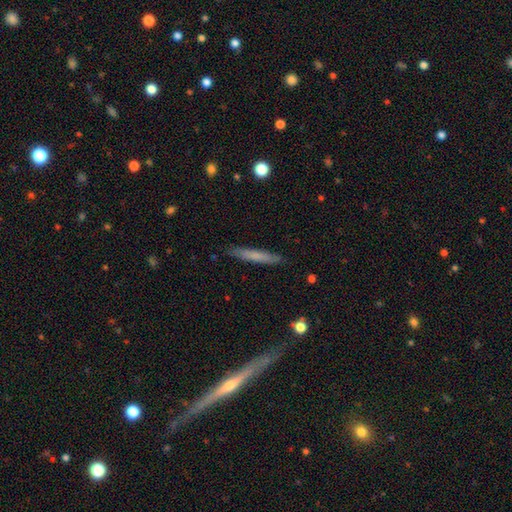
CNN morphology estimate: type=smooth (67%); roundness=cigar-shaped (94%); merging=none (89%).